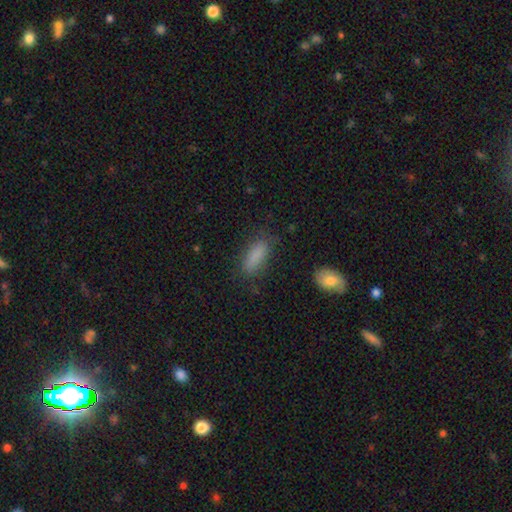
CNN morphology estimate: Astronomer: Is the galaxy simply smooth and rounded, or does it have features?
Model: smooth — 85%.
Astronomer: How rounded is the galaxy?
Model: in between — 68%.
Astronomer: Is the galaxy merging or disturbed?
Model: none — 75%.